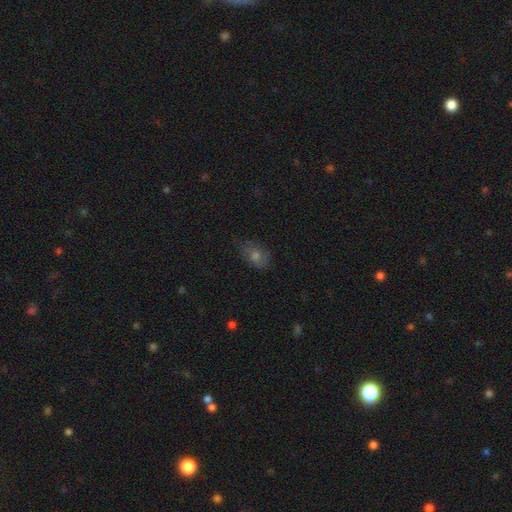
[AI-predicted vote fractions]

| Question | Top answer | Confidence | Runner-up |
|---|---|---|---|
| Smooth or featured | smooth | 61% | featured or disk (21%) |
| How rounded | in between | 75% | round (23%) |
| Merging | none | 69% | minor disturbance (23%) |